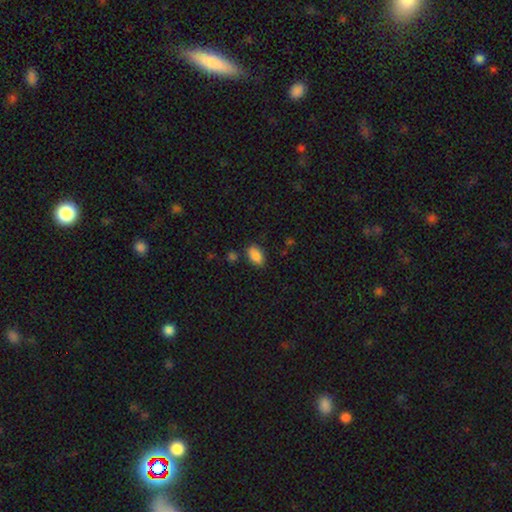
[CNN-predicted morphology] A smooth galaxy with no disk features (88%) that is in between round and cigar-shaped (92%).

Vote fractions:
- Smooth or featured? smooth: 88% / star or artifact: 8% / featured or disk: 4%
- How rounded? in between: 92% / round: 6% / cigar-shaped: 2%
- Merging? none: 77% / minor disturbance: 15% / merger: 4% / major disturbance: 3%